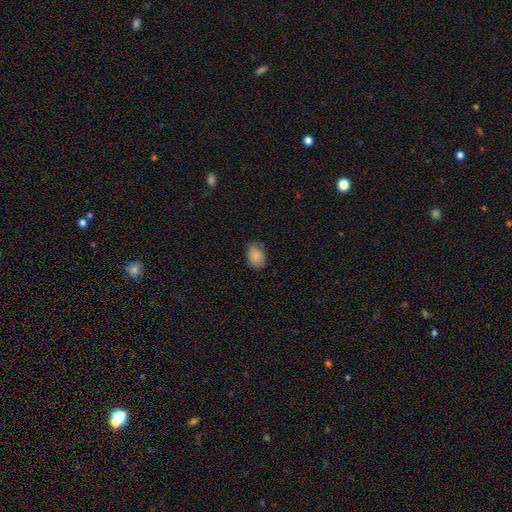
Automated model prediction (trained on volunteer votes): Smooth or featured? Predicted: smooth (p=0.86). How rounded? Predicted: in between (p=0.73). Merging? Predicted: none (p=0.71).